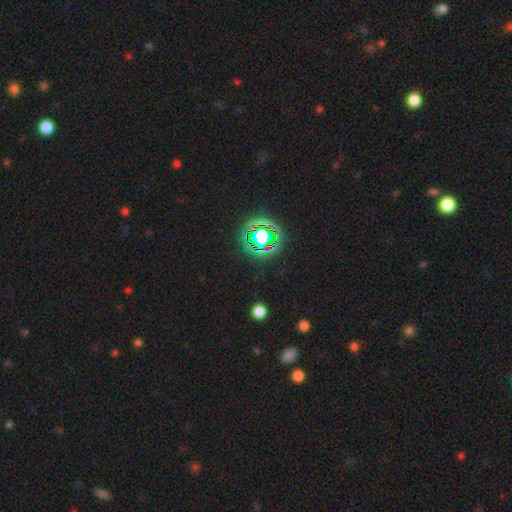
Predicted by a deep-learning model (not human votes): star or artifact 76%, smooth 17%, featured or disk 7%.